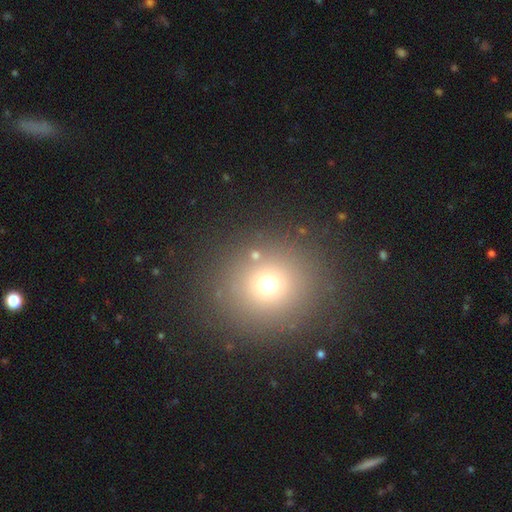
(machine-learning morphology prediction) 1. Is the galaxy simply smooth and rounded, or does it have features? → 66% smooth, 24% star or artifact, 10% featured or disk.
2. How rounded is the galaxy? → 86% round, 13% in between, 1% cigar-shaped.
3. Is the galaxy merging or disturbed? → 84% none, 7% minor disturbance, 5% major disturbance, 4% merger.